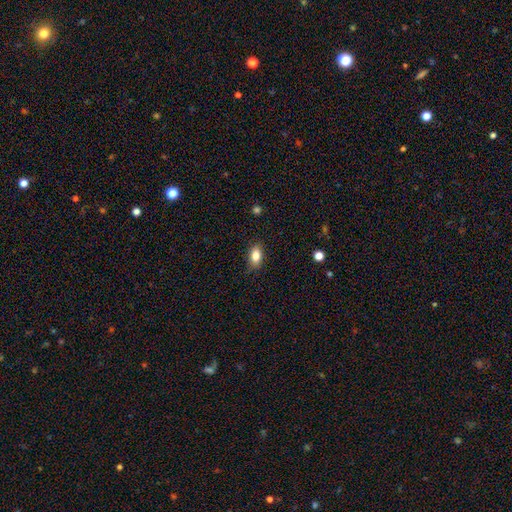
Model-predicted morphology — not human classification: A smooth galaxy with no disk features (84%) that is in between round and cigar-shaped (86%).

Vote fractions:
- Smooth or featured? smooth: 84% / star or artifact: 8% / featured or disk: 7%
- How rounded? in between: 86% / round: 10% / cigar-shaped: 3%
- Merging? none: 84% / minor disturbance: 12% / major disturbance: 3% / merger: 1%